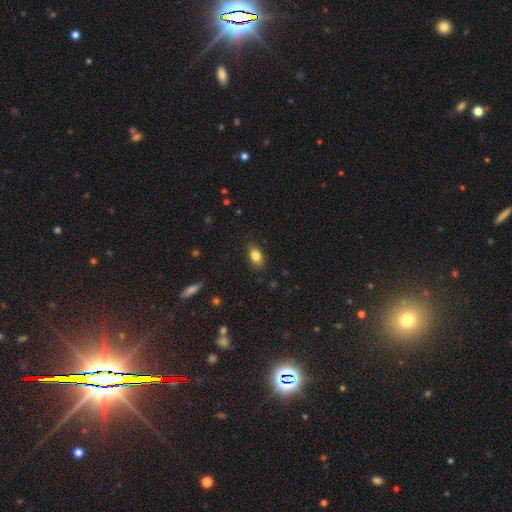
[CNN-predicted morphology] Smooth or featured? smooth (82%)
How rounded? in between (84%)
Merging? none (84%)